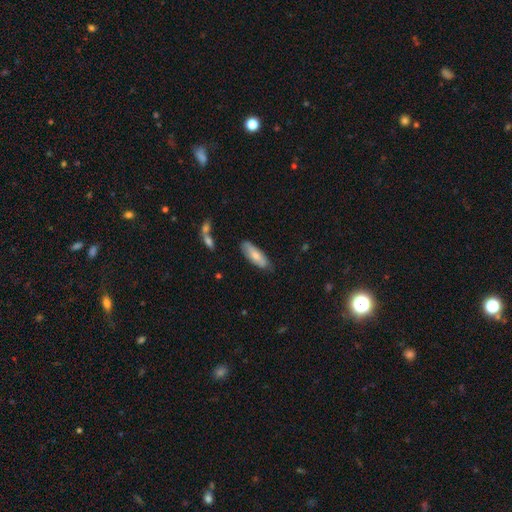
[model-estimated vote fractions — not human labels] Overall: smooth (69%). How rounded: in between (64%; cigar-shaped 35%). Merging: none (73%).